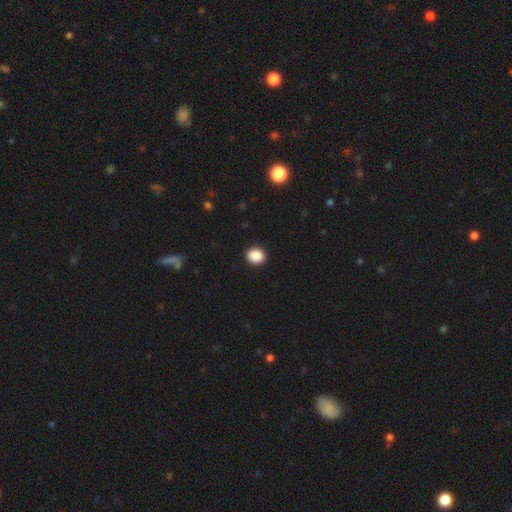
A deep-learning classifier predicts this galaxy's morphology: Smooth or featured: smooth — 89% (star or artifact — 9%)
How rounded: round — 63% (in between — 37%)
Merging: none — 91% (minor disturbance — 6%)